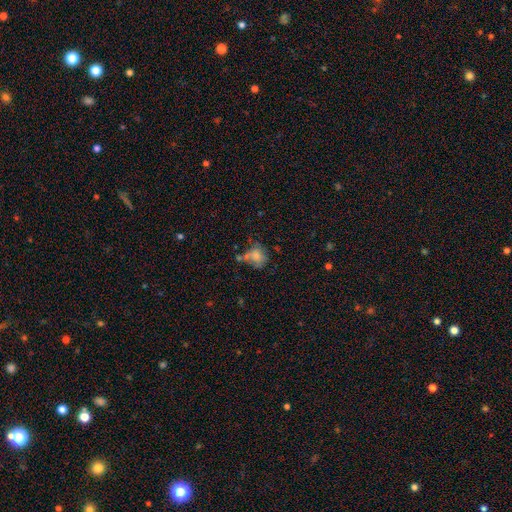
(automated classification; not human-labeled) This appears to be a smooth galaxy with no disk features (64%) that is round (52%). Merging: none (35%).